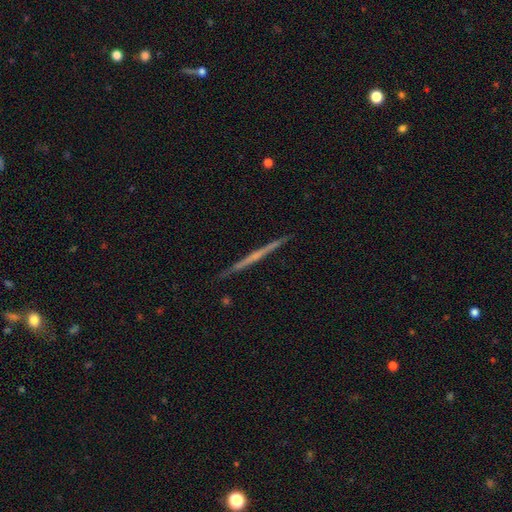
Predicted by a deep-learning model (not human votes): Morphology: type=featured or disk (67%); edge-on=yes (98%); edge-on bulge=none (79%); merging=none (91%).